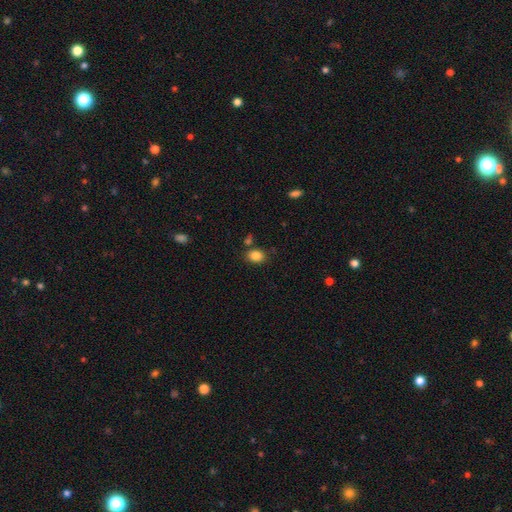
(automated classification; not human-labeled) This appears to be a smooth galaxy with no disk features (85%) that is in between round and cigar-shaped (66%). Merging: none (79%).